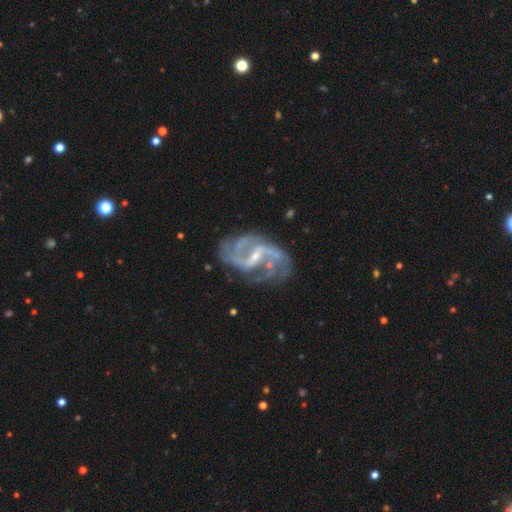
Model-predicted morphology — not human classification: A featured or disk galaxy (91%) with a weak bar (46%), 2 (73%) loose (46%) spiral arms (97%) and a small central bulge (72%).

Vote fractions:
- Smooth or featured? featured or disk: 91% / star or artifact: 5% / smooth: 3%
- Edge-on disk? no: 98% / yes: 2%
- Bar? weak: 46% / strong: 38% / no: 16%
- Spiral arms? yes: 97% / no: 3%
- Spiral winding? loose: 46% / medium: 42% / tight: 12%
- Spiral arm count? 2: 73% / 3: 10% / can't tell: 7% / 4: 4% / 1: 3% / more than 4: 3%
- Bulge size? small: 72% / moderate: 21% / none: 5% / large: 1% / dominant: 1%
- Merging? none: 60% / minor disturbance: 20% / major disturbance: 16% / merger: 4%